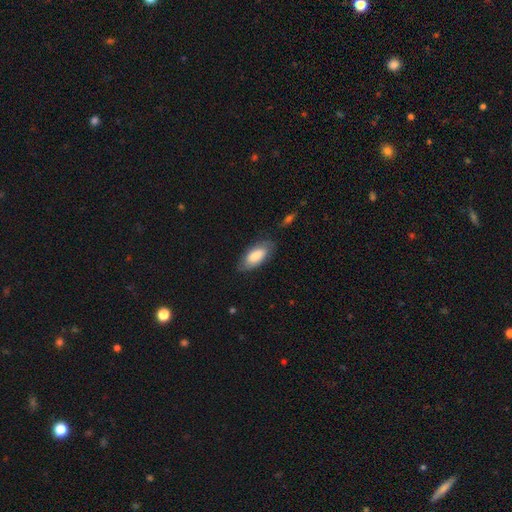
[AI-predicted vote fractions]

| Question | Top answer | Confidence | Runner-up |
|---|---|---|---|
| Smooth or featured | smooth | 79% | featured or disk (15%) |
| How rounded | in between | 89% | cigar-shaped (10%) |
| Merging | none | 76% | minor disturbance (18%) |